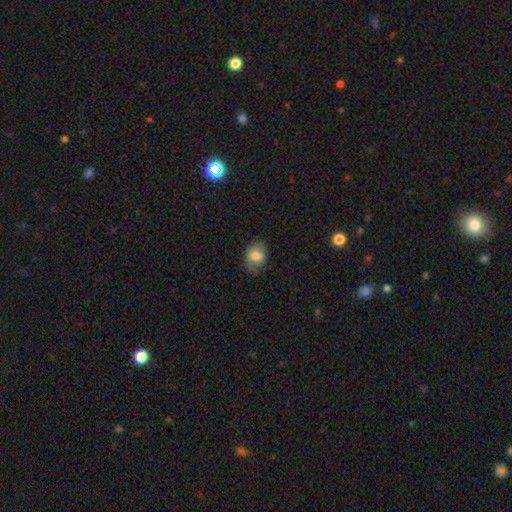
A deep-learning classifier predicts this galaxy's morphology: Smooth or featured?
  - smooth: 69% *
  - featured or disk: 23%
  - star or artifact: 8%
How rounded?
  - in between: 67% *
  - round: 32%
  - cigar-shaped: 1%
Merging?
  - none: 65% *
  - minor disturbance: 24%
  - major disturbance: 10%
  - merger: 1%